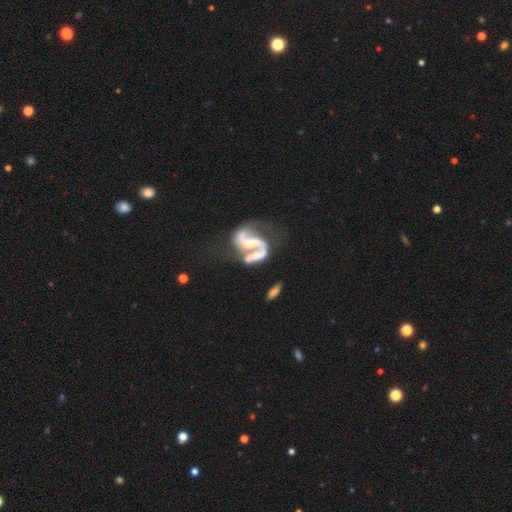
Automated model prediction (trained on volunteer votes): Smooth or featured? featured or disk (86%)
Edge-on disk? no (98%)
Bar? weak (37%)
Spiral arms? yes (93%)
Spiral winding? loose (50%)
Spiral arm count? 2 (87%)
Bulge size? small (33%)
Merging? merger (37%)